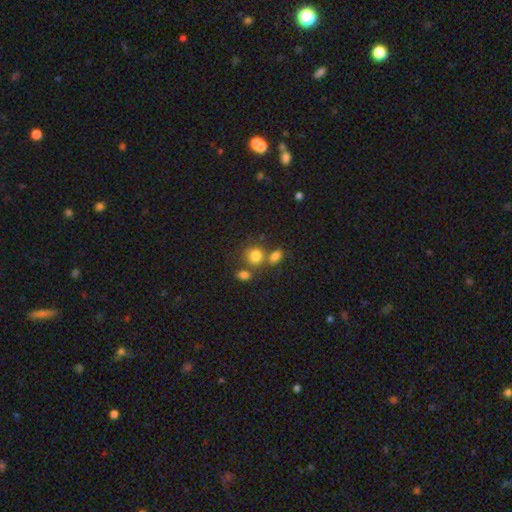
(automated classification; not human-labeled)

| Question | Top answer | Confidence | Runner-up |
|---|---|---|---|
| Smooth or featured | smooth | 79% | star or artifact (12%) |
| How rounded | round | 69% | in between (30%) |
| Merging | none | 51% | merger (32%) |